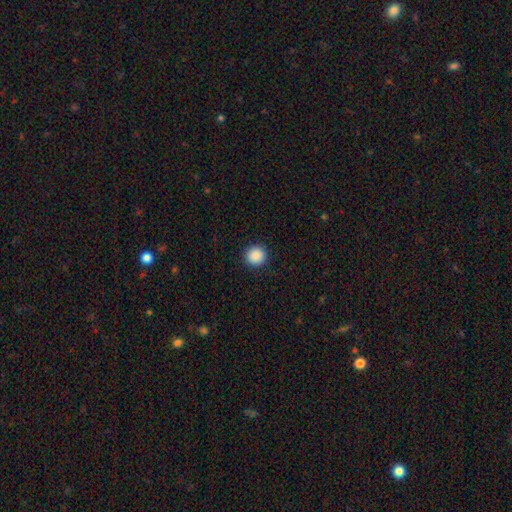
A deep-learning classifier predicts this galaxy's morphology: Q: Smooth or featured?
A: smooth (89%); runner-up: star or artifact (9%)
Q: How rounded?
A: round (93%); runner-up: in between (6%)
Q: Merging?
A: none (93%); runner-up: minor disturbance (5%)